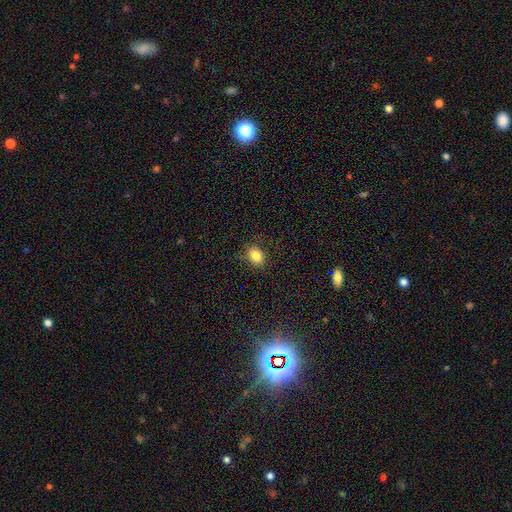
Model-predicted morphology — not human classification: smooth_or_featured: smooth (p=0.83) [alt: star or artifact p=0.11]
how_rounded: in between (p=0.66) [alt: round p=0.33]
merging: none (p=0.82) [alt: minor disturbance p=0.13]